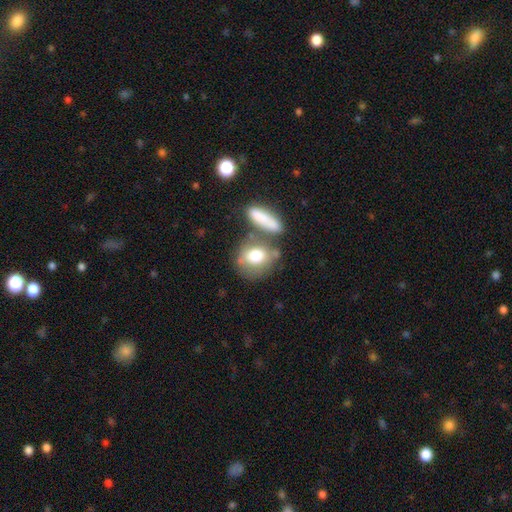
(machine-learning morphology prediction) The model was most divided on "merging": none: 48%, merger: 29%, minor disturbance: 15%, major disturbance: 9%. More confident: smooth or featured — smooth (70%); how rounded — round (58%).